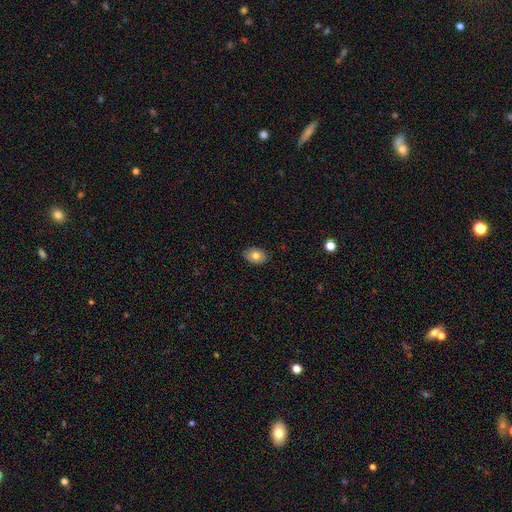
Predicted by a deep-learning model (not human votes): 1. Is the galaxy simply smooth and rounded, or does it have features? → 76% smooth, 17% featured or disk, 8% star or artifact.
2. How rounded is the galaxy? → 80% in between, 19% round, 1% cigar-shaped.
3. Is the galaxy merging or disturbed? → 86% none, 11% minor disturbance, 2% major disturbance, 1% merger.